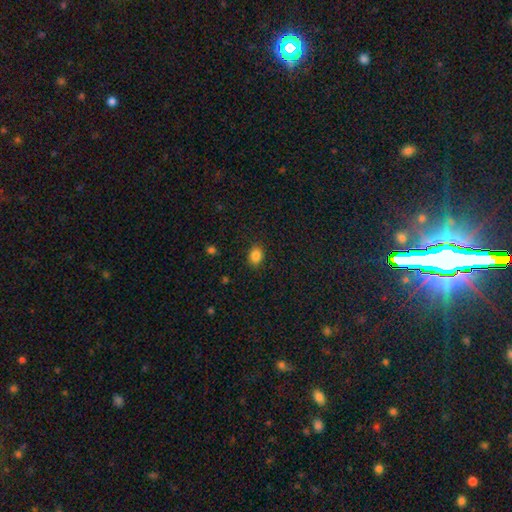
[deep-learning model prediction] Smooth or featured? Predicted: smooth (p=0.85). How rounded? Predicted: in between (p=0.53). Merging? Predicted: none (p=0.88).